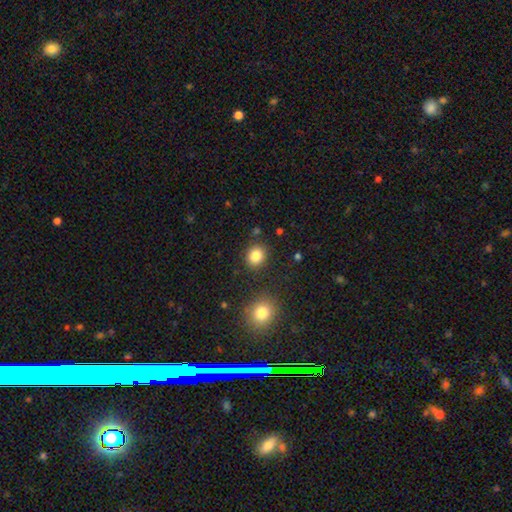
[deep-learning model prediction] Smooth or featured: smooth — 84% (star or artifact — 11%)
How rounded: round — 73% (in between — 26%)
Merging: none — 86% (minor disturbance — 8%)